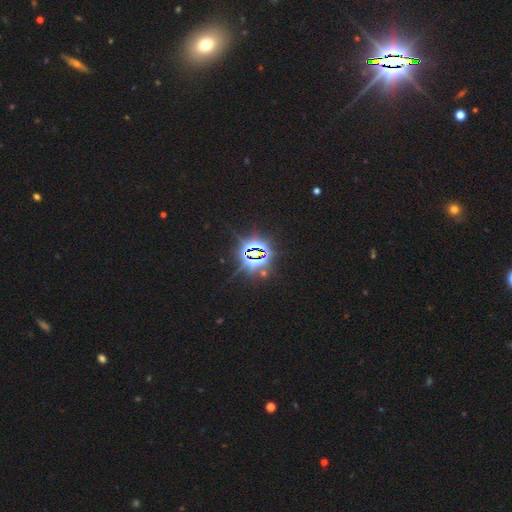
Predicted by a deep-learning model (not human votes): smooth_or_featured: star or artifact (p=0.84) [alt: smooth p=0.09]